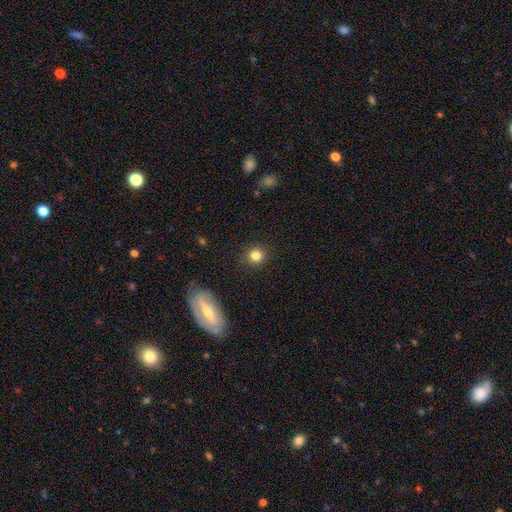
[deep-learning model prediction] Overall: smooth (82%). How rounded: round (88%). Merging: none (89%).